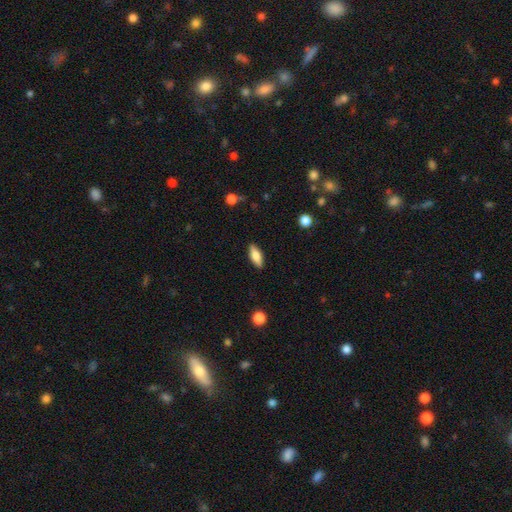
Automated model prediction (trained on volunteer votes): Overall: smooth (74%). How rounded: in between (71%). Merging: none (88%).